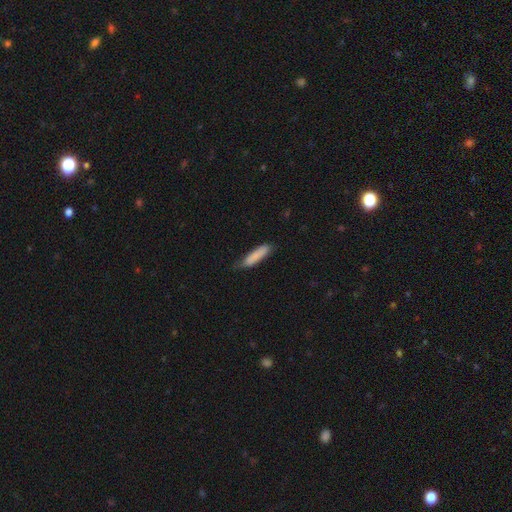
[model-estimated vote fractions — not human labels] This is clearly a smooth galaxy (82%). How rounded: likely cigar-shaped (76%). Merging: likely none (66%).